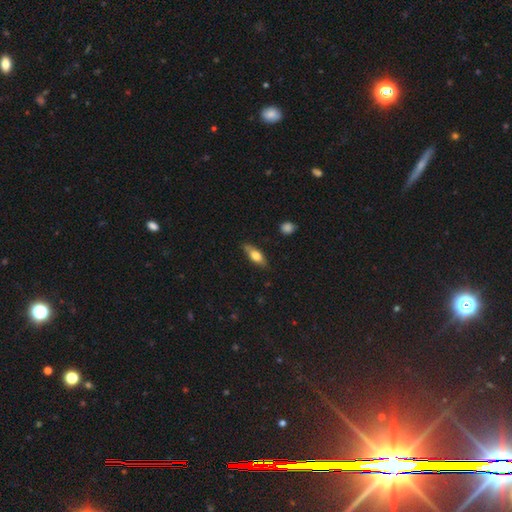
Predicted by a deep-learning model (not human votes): smooth-or-featured: smooth: 67% | featured or disk: 27% | star or artifact: 6%
  how-rounded: in between: 68% | cigar-shaped: 28% | round: 3%
  merging: none: 78% | minor disturbance: 17% | major disturbance: 3% | merger: 2%